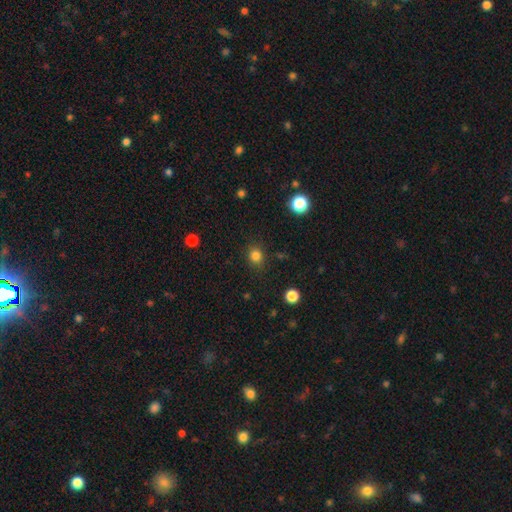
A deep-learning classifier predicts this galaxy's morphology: Q: Smooth or featured?
A: smooth (82%); runner-up: star or artifact (13%)
Q: How rounded?
A: round (78%); runner-up: in between (21%)
Q: Merging?
A: none (85%); runner-up: minor disturbance (10%)